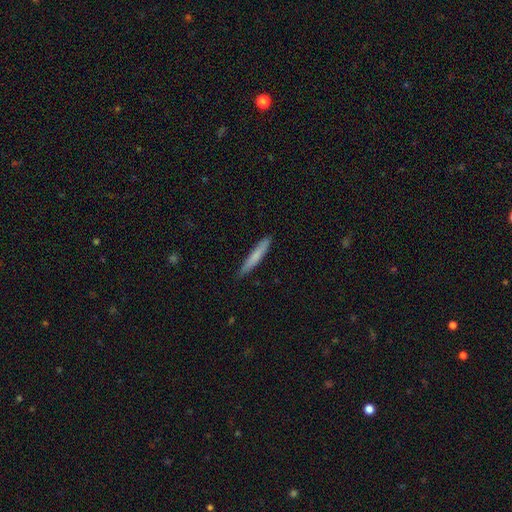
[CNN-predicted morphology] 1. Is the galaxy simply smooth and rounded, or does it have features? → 75% smooth, 20% featured or disk, 6% star or artifact.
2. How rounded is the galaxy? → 95% cigar-shaped, 4% in between, 1% round.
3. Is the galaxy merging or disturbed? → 88% none, 9% minor disturbance, 1% major disturbance, 1% merger.